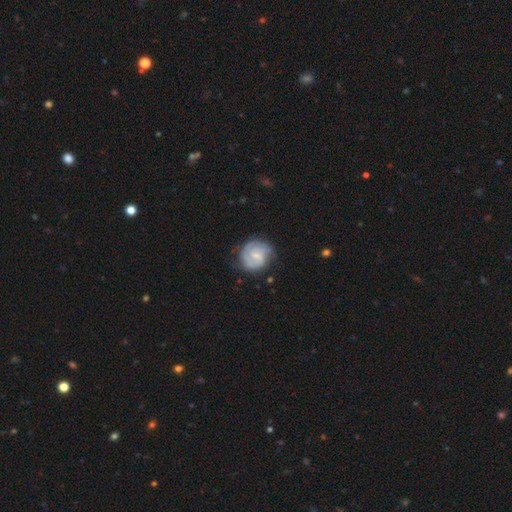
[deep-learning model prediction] A featured or disk galaxy (78%) with a weak bar (57%), 2 (60%) tight (56%) spiral arms (95%) and a small central bulge (57%).

Vote fractions:
- Smooth or featured? featured or disk: 78% / smooth: 17% / star or artifact: 5%
- Edge-on disk? no: 98% / yes: 2%
- Bar? weak: 57% / no: 32% / strong: 12%
- Spiral arms? yes: 95% / no: 5%
- Spiral winding? tight: 56% / medium: 35% / loose: 9%
- Spiral arm count? 2: 60% / can't tell: 17% / 3: 14% / 1: 4% / 4: 3% / more than 4: 3%
- Bulge size? small: 57% / moderate: 26% / none: 14% / large: 2% / dominant: 1%
- Merging? none: 71% / minor disturbance: 20% / major disturbance: 8% / merger: 2%